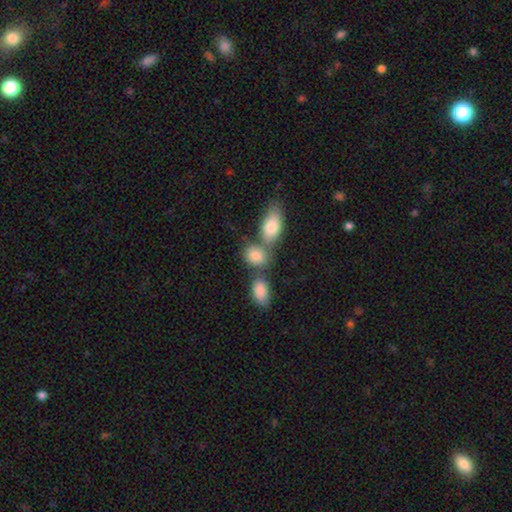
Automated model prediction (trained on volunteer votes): smooth-or-featured: smooth: 84% | featured or disk: 8% | star or artifact: 8%
  how-rounded: in between: 68% | round: 29% | cigar-shaped: 2%
  merging: merger: 43% | none: 41% | minor disturbance: 11% | major disturbance: 5%